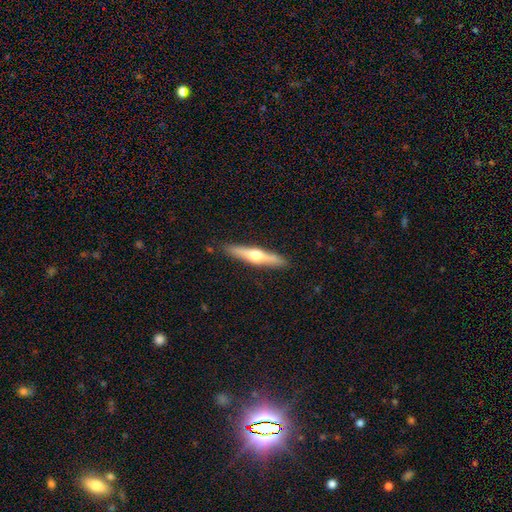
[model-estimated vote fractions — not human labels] Morphology: type=featured or disk (61%); edge-on=yes (96%); edge-on bulge=rounded (93%); merging=none (89%).